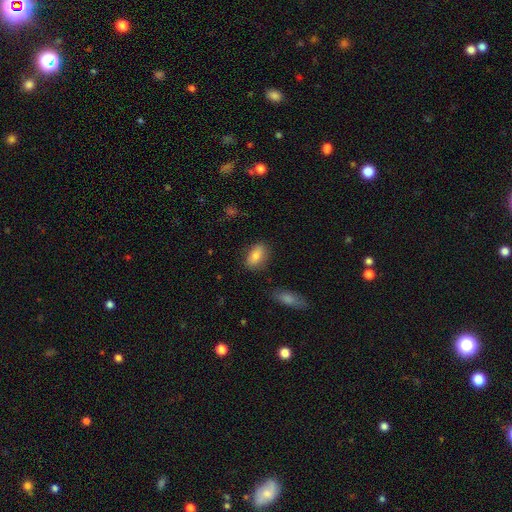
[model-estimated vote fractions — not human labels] This is clearly a smooth galaxy (80%). How rounded: clearly in between (88%). Merging: clearly none (81%).